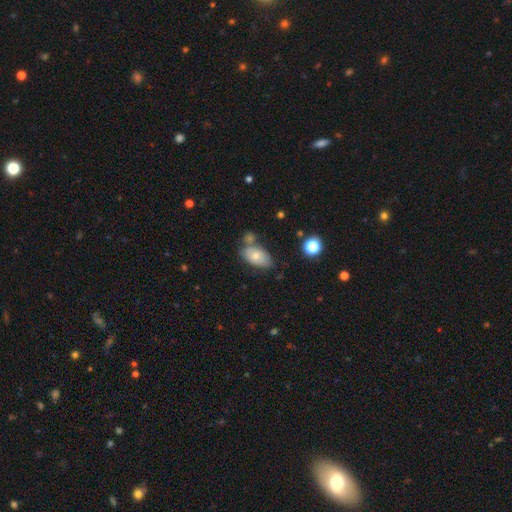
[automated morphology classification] Smooth or featured? Predicted: smooth (p=0.65). How rounded? Predicted: in between (p=0.91). Merging? Predicted: none (p=0.52).